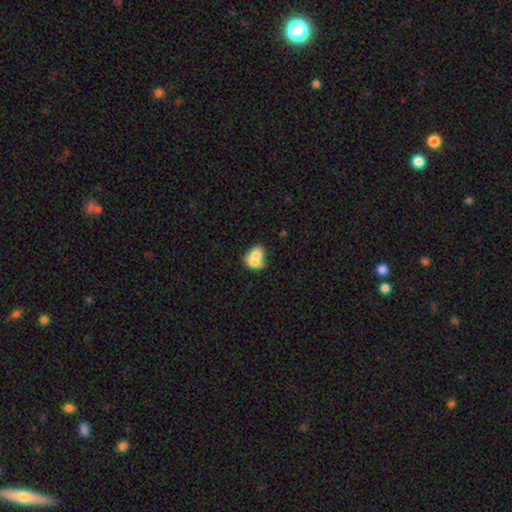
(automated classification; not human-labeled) This appears to be a smooth galaxy with no disk features (68%) that is in between round and cigar-shaped (52%). Merging: merger (65%).